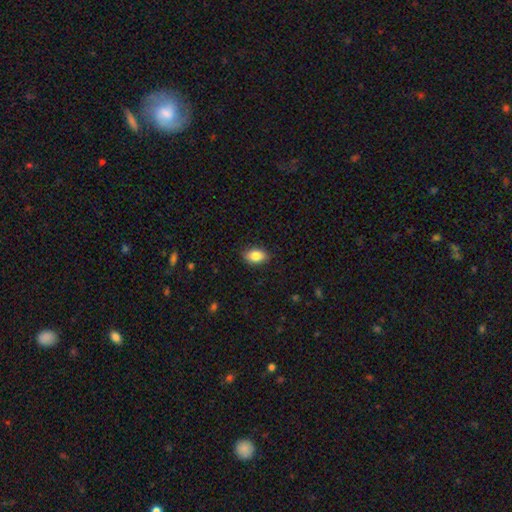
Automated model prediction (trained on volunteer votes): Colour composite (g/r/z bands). It shows a smooth galaxy with no disk features (86%) that is in between round and cigar-shaped (86%). Merging: none (86%).